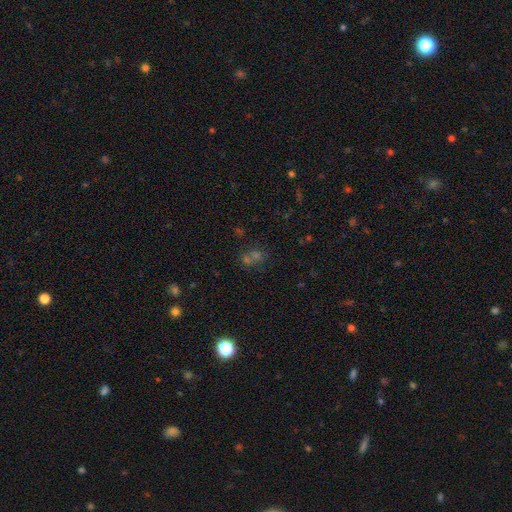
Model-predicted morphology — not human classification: smooth-or-featured: smooth: 46% | star or artifact: 40% | featured or disk: 14%
  merging: none: 48% | merger: 38% | minor disturbance: 8% | major disturbance: 5%